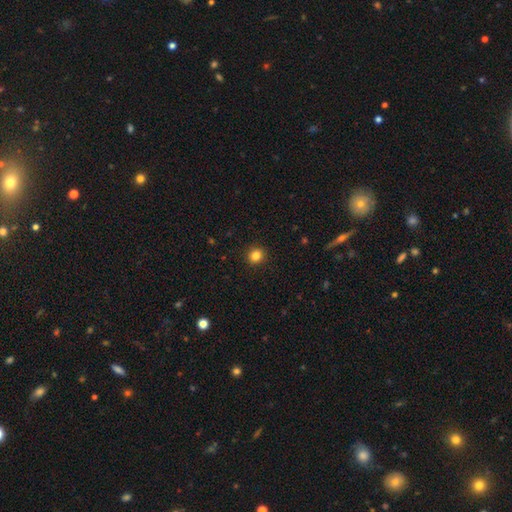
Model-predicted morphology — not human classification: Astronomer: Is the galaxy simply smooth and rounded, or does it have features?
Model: smooth — 84%.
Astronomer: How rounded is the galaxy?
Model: round — 88%.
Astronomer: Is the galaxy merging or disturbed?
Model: none — 92%.